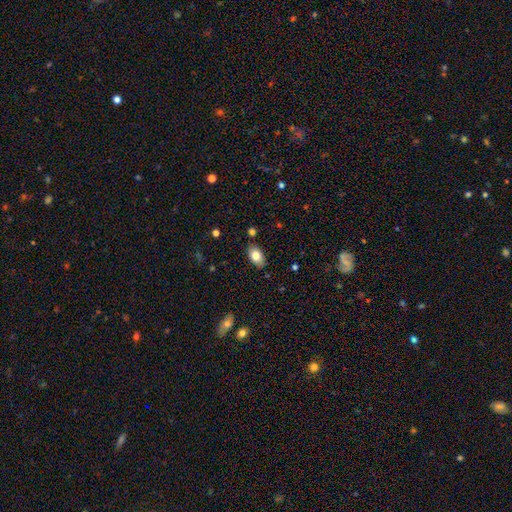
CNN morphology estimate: This appears to be a smooth galaxy with no disk features (81%) that is in between round and cigar-shaped (92%). Merging: none (84%).